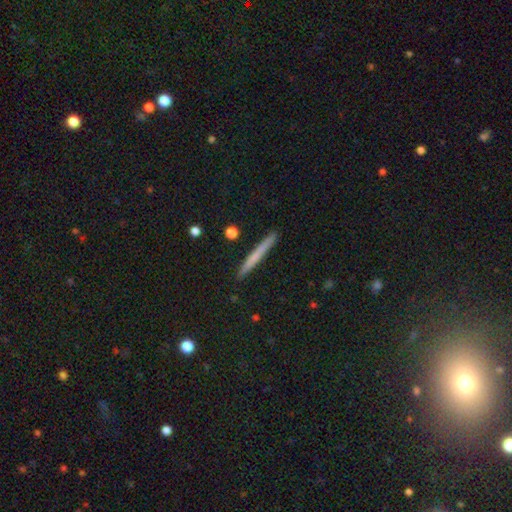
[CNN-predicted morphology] A smooth galaxy with no disk features (59%) that is cigar-shaped (97%). Merging: none (91%).